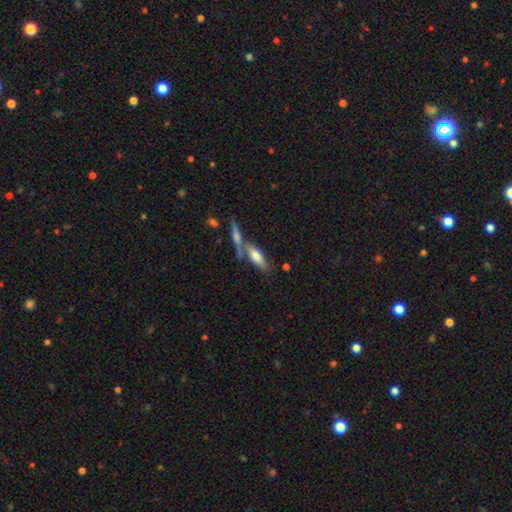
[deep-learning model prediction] Morphology: type=smooth (66%); roundness=in between (60%); merging=none (48%).